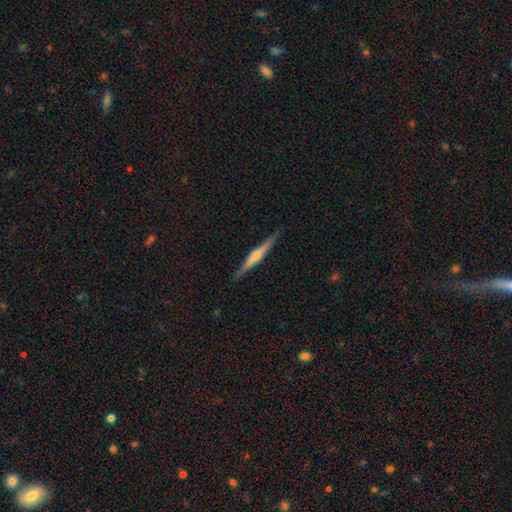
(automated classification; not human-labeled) Smooth or featured?
  - featured or disk: 66% *
  - smooth: 28%
  - star or artifact: 6%
Edge-on disk?
  - yes: 98% *
  - no: 2%
Edge-on bulge?
  - rounded: 64% *
  - none: 18%
  - boxy: 17%
Merging?
  - none: 89% *
  - minor disturbance: 8%
  - major disturbance: 2%
  - merger: 1%